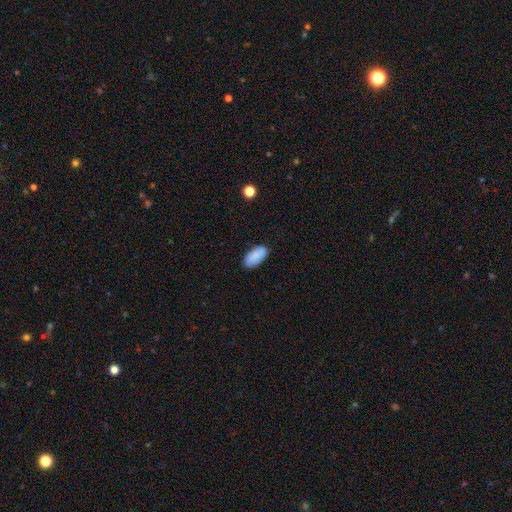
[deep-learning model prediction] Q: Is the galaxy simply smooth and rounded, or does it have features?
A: smooth — 86%.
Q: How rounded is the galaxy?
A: in between — 94%.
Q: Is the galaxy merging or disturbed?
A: none — 85%.